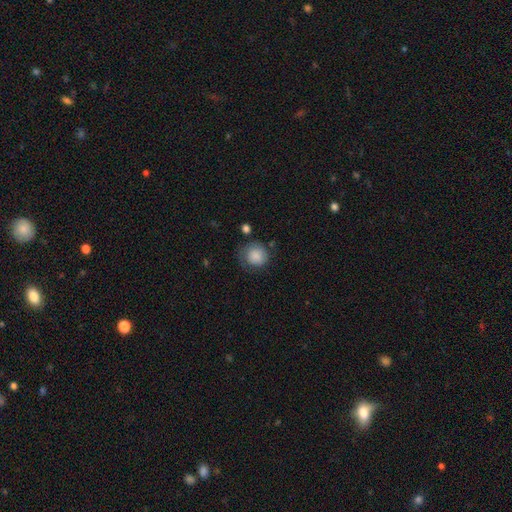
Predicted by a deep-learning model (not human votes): Smooth or featured? Predicted: smooth (p=0.82). How rounded? Predicted: round (p=0.86). Merging? Predicted: none (p=0.61).